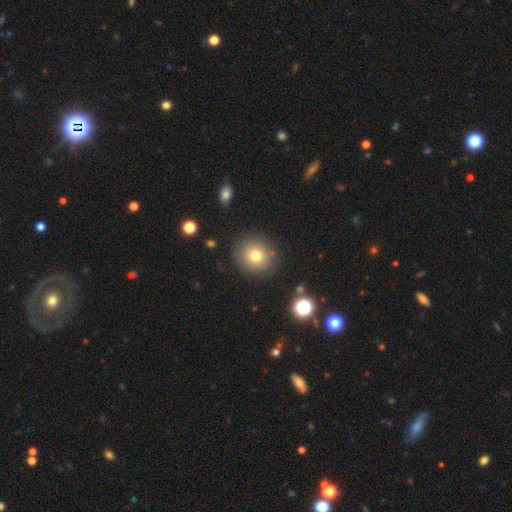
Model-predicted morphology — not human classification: smooth_or_featured: smooth (p=0.76) [alt: star or artifact p=0.13]
how_rounded: round (p=0.87) [alt: in between p=0.12]
merging: none (p=0.87) [alt: minor disturbance p=0.08]